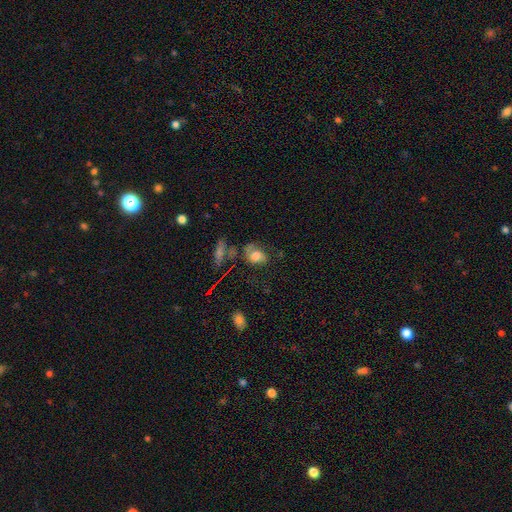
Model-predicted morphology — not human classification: Smooth or featured?
  - smooth: 58% *
  - featured or disk: 28%
  - star or artifact: 14%
How rounded?
  - in between: 68% *
  - round: 30%
  - cigar-shaped: 2%
Merging?
  - none: 37% *
  - major disturbance: 27%
  - minor disturbance: 24%
  - merger: 12%